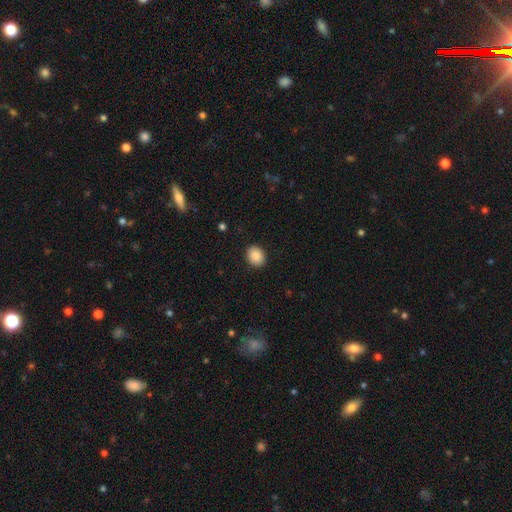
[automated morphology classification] The model was most divided on "how rounded": round: 57%, in between: 42%, cigar-shaped: 1%. More confident: merging — none (90%); smooth or featured — smooth (86%).